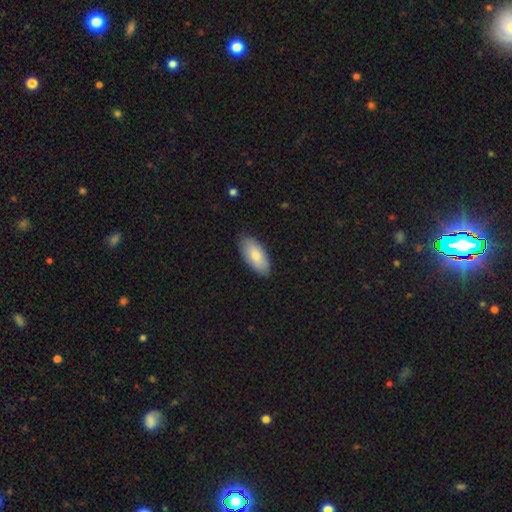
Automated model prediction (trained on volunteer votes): Smooth or featured? smooth (83%)
How rounded? in between (91%)
Merging? none (85%)